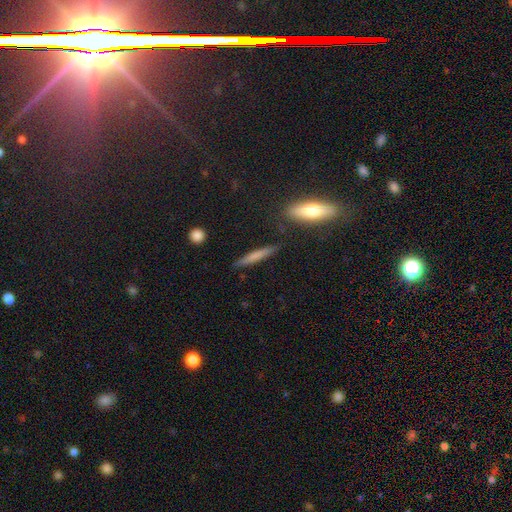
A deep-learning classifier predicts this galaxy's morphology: This appears to be a smooth galaxy with no disk features (64%) that is cigar-shaped (92%). Merging: none (85%).